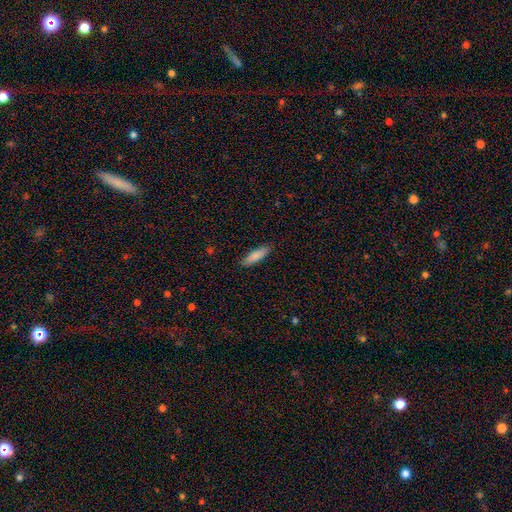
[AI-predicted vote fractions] smooth 85%, featured or disk 9%, star or artifact 6%. Down the decision tree: how rounded — cigar-shaped (58%); merging — none (88%).